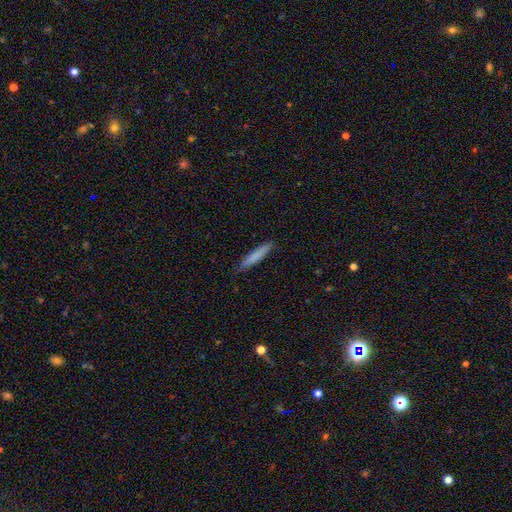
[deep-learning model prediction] A smooth galaxy with no disk features (79%) that is cigar-shaped (94%).

Vote fractions:
- Smooth or featured? smooth: 79% / featured or disk: 15% / star or artifact: 6%
- How rounded? cigar-shaped: 94% / in between: 5% / round: 1%
- Merging? none: 87% / minor disturbance: 10% / major disturbance: 2% / merger: 1%